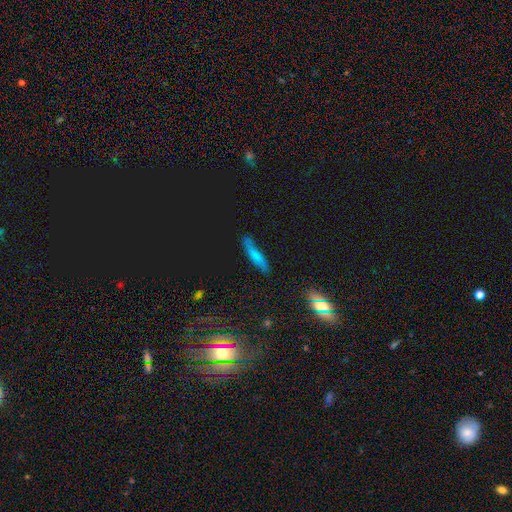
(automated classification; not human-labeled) smooth_or_featured: smooth (p=0.39) [alt: featured or disk p=0.34]
merging: none (p=0.77) [alt: minor disturbance p=0.15]